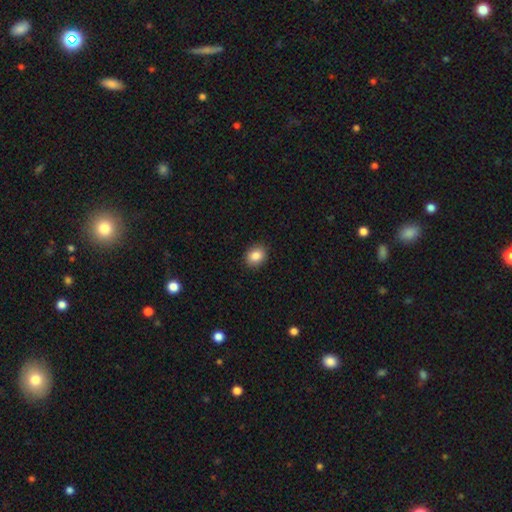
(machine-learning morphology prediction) Smooth or featured? smooth (85%)
How rounded? round (56%)
Merging? none (90%)